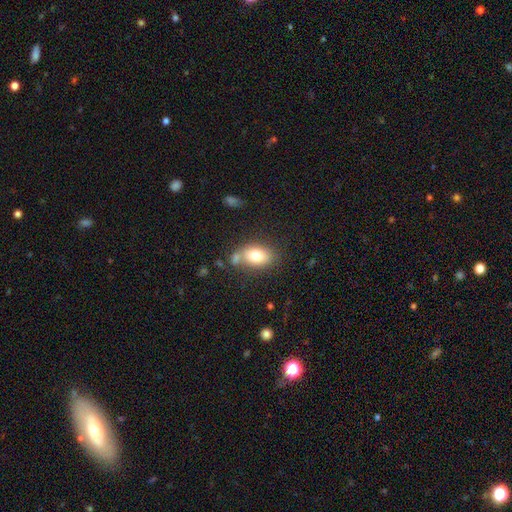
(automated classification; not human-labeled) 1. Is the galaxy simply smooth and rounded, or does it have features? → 76% smooth, 15% featured or disk, 9% star or artifact.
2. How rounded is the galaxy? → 83% in between, 16% round, 2% cigar-shaped.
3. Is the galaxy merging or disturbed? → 61% none, 17% minor disturbance, 16% merger, 6% major disturbance.